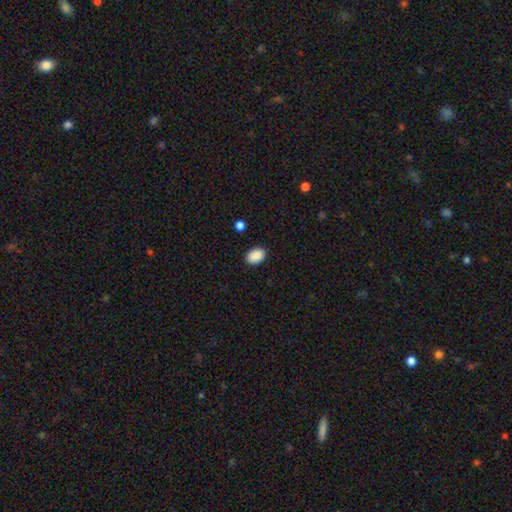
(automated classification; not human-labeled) Smooth or featured: smooth — 90% (star or artifact — 7%)
How rounded: in between — 82% (round — 17%)
Merging: none — 89% (minor disturbance — 8%)